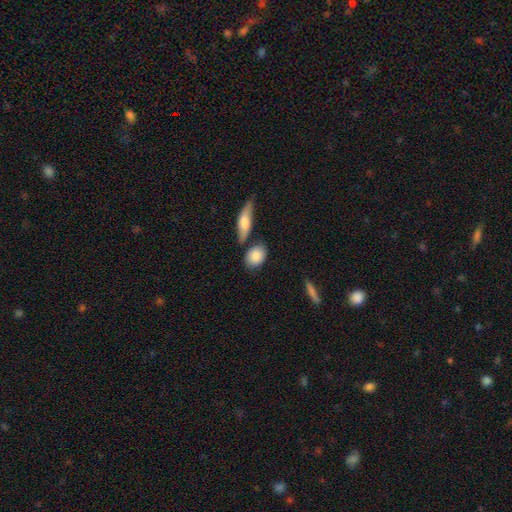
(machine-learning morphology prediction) Smooth or featured? smooth (86%)
How rounded? in between (60%)
Merging? none (66%)